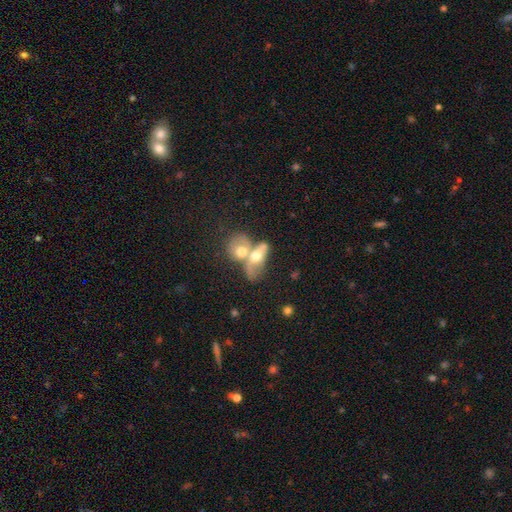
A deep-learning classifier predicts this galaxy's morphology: Smooth or featured: smooth — 47% (featured or disk — 40%)
Merging: merger — 71% (none — 18%)